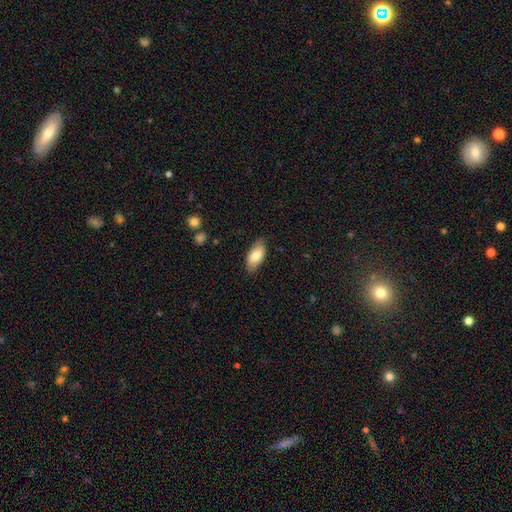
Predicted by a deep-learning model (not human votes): A smooth galaxy with no disk features (78%) that is in between round and cigar-shaped (90%). Merging: none (82%).